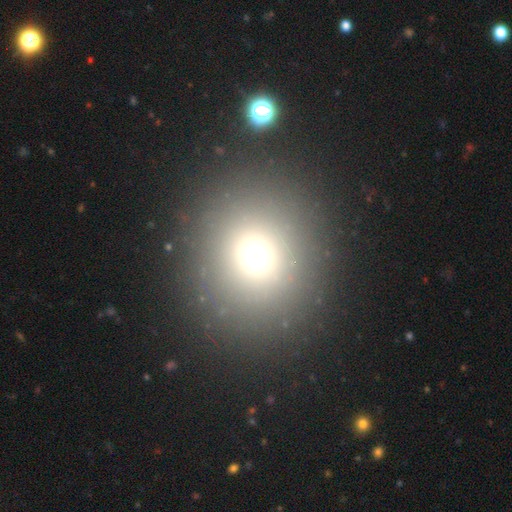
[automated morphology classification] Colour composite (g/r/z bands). It shows a smooth galaxy with no disk features (70%) that is round (88%). Merging: none (88%).